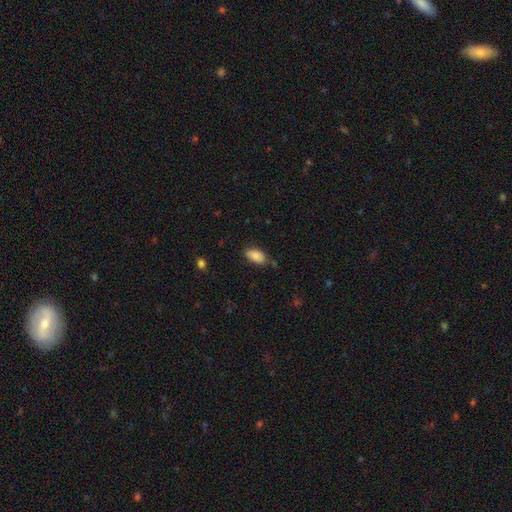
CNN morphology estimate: smooth_or_featured: smooth (p=0.84) [alt: featured or disk p=0.09]
how_rounded: in between (p=0.94) [alt: round p=0.04]
merging: none (p=0.75) [alt: minor disturbance p=0.19]